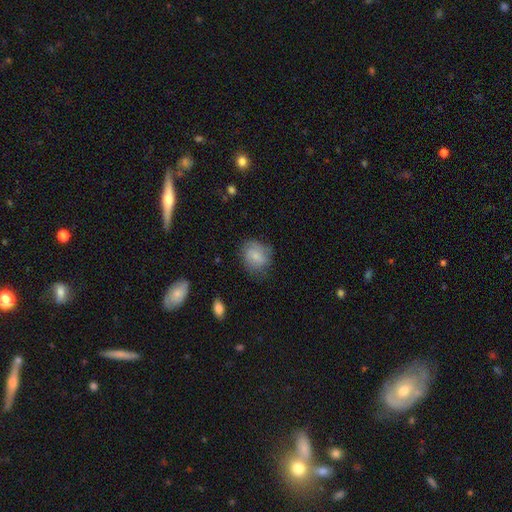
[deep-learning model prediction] smooth-or-featured: smooth: 70% | featured or disk: 23% | star or artifact: 7%
  how-rounded: round: 63% | in between: 36% | cigar-shaped: 1%
  merging: none: 66% | minor disturbance: 25% | major disturbance: 8% | merger: 2%